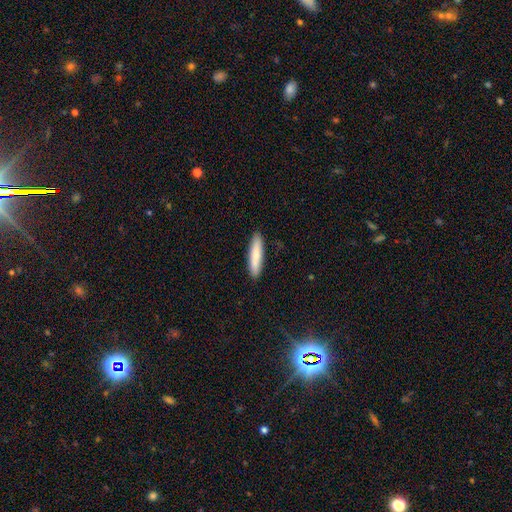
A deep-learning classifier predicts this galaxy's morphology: Overall: smooth (79%). How rounded: cigar-shaped (84%). Merging: none (91%).